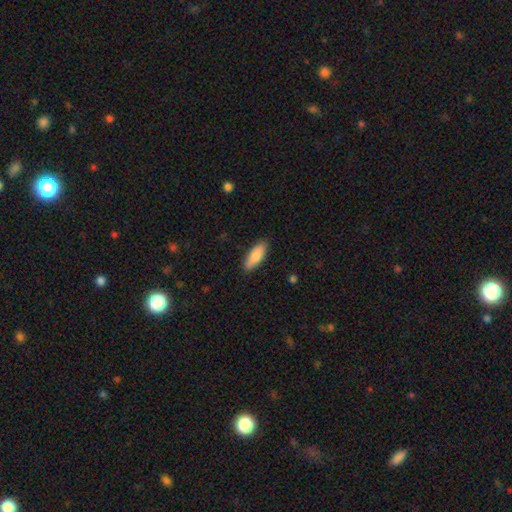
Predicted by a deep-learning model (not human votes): smooth_or_featured: smooth (p=0.86) [alt: featured or disk p=0.09]
how_rounded: in between (p=0.66) [alt: cigar-shaped p=0.32]
merging: none (p=0.88) [alt: minor disturbance p=0.09]